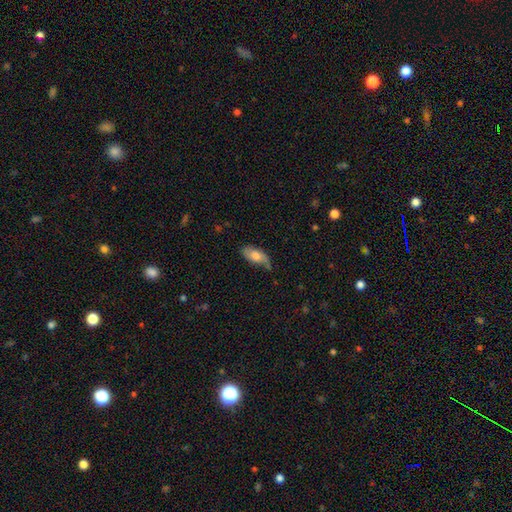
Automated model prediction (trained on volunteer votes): smooth-or-featured: smooth: 62% | featured or disk: 32% | star or artifact: 7%
  how-rounded: in between: 87% | cigar-shaped: 10% | round: 3%
  merging: none: 57% | minor disturbance: 33% | major disturbance: 8% | merger: 2%